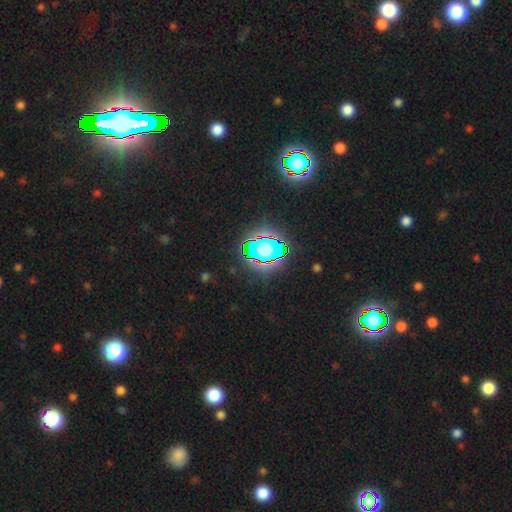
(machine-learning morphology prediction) Q: Smooth or featured?
A: star or artifact (82%); runner-up: smooth (11%)